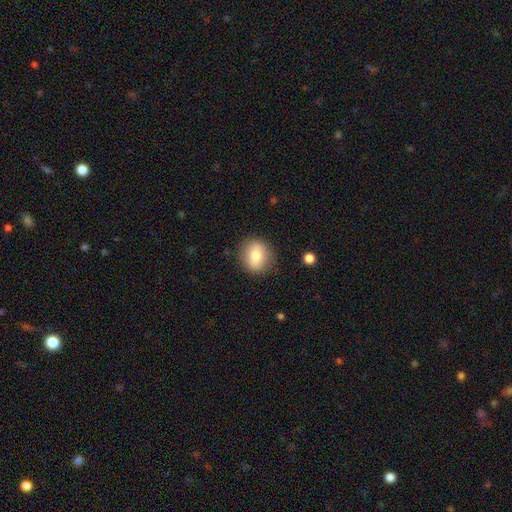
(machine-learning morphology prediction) smooth 76%, featured or disk 15%, star or artifact 8%. Down the decision tree: how rounded — round (79%); merging — none (86%).